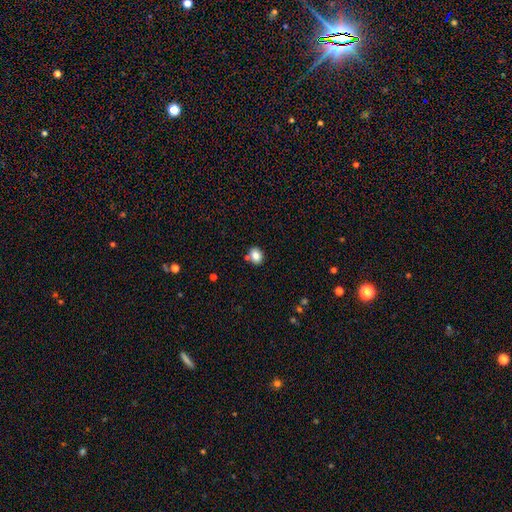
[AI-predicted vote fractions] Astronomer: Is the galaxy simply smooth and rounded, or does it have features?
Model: smooth — 83%.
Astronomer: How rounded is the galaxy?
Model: round — 56% (runner-up: in between, 43%).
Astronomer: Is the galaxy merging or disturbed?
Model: none — 76%.